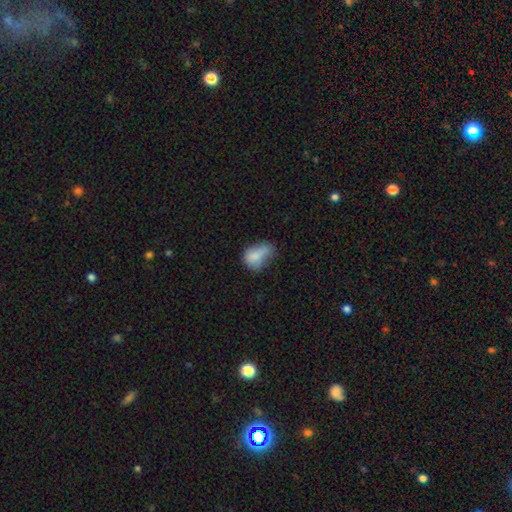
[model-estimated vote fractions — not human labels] A smooth galaxy with no disk features (76%) that is in between round and cigar-shaped (81%).

Vote fractions:
- Smooth or featured? smooth: 76% / featured or disk: 14% / star or artifact: 10%
- How rounded? in between: 81% / round: 16% / cigar-shaped: 3%
- Merging? minor disturbance: 38% / none: 31% / major disturbance: 24% / merger: 7%